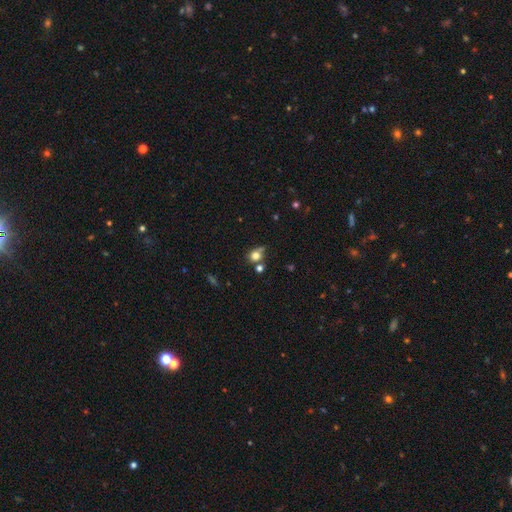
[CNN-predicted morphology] This appears to be a smooth galaxy with no disk features (74%) that is round (76%). Merging: none (52%).